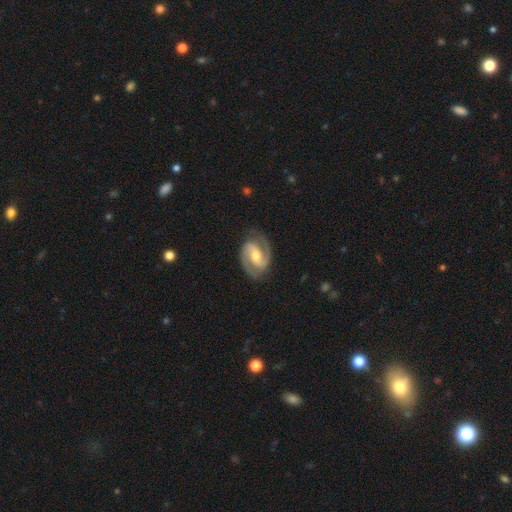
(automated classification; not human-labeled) Smooth or featured? featured or disk (91%)
Edge-on disk? no (98%)
Bar? weak (43%)
Spiral arms? yes (98%)
Spiral winding? medium (55%)
Spiral arm count? 2 (93%)
Bulge size? moderate (63%)
Merging? none (83%)